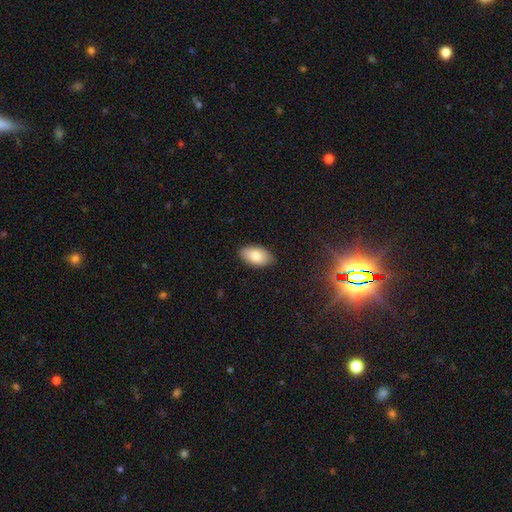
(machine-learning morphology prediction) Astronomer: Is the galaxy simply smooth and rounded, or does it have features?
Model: smooth — 81%.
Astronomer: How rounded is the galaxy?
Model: in between — 94%.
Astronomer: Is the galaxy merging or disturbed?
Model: none — 86%.